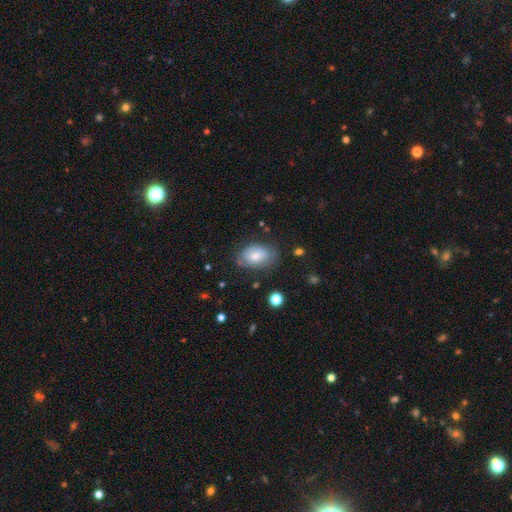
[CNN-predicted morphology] smooth_or_featured: smooth (p=0.66) [alt: featured or disk p=0.26]
how_rounded: in between (p=0.84) [alt: round p=0.15]
merging: none (p=0.66) [alt: minor disturbance p=0.25]